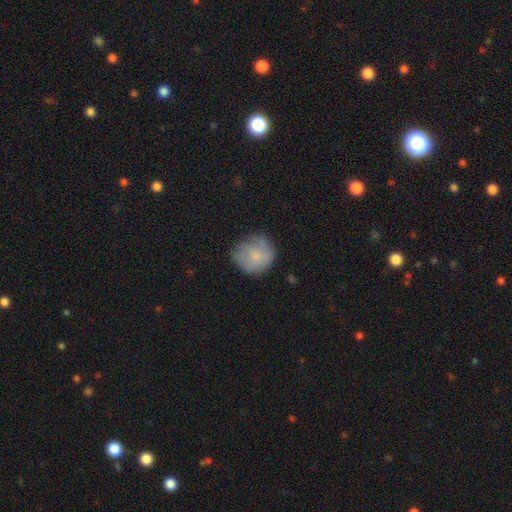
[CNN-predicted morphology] type=smooth (71%); roundness=round (86%); merging=none (67%).